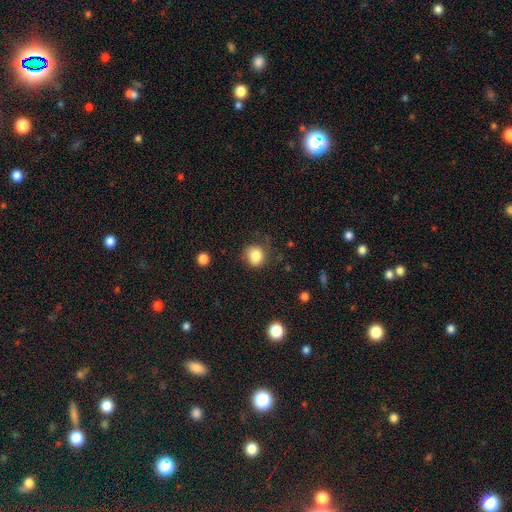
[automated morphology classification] Smooth or featured? Predicted: smooth (p=0.83). How rounded? Predicted: round (p=0.78). Merging? Predicted: none (p=0.68).